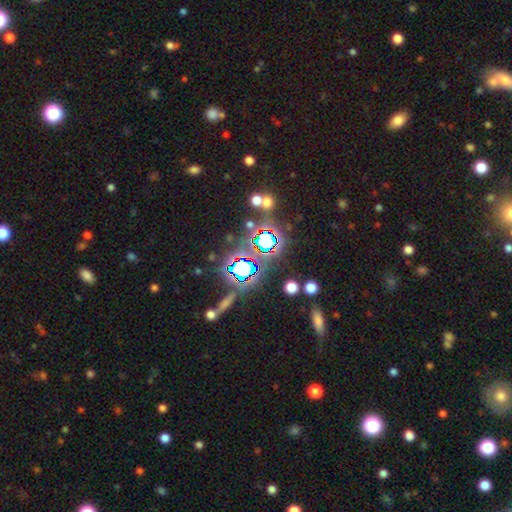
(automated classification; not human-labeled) Q: Smooth or featured?
A: star or artifact (80%); runner-up: smooth (11%)